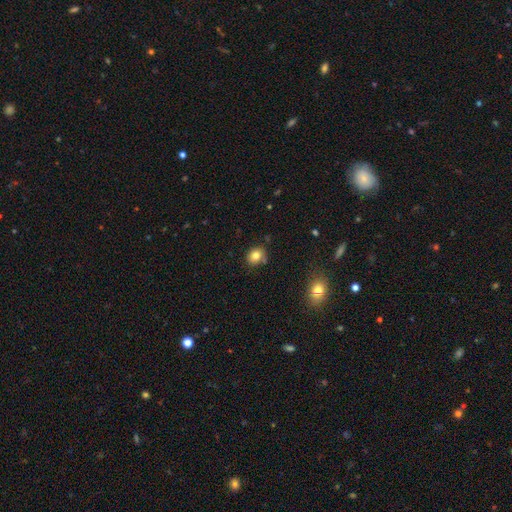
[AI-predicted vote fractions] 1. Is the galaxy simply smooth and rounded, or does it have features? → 81% smooth, 11% star or artifact, 8% featured or disk.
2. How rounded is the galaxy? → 58% round, 41% in between, 1% cigar-shaped.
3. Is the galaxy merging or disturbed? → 78% none, 14% minor disturbance, 6% merger, 3% major disturbance.